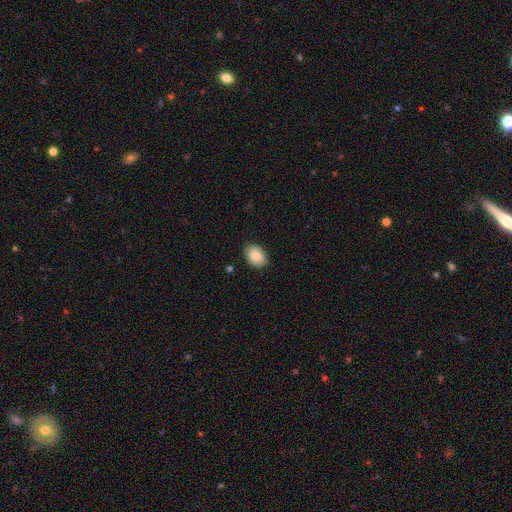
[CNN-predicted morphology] type=smooth (86%); roundness=in between (80%); merging=none (87%).